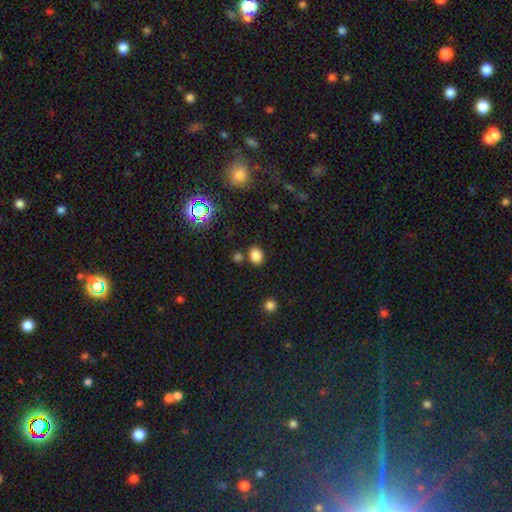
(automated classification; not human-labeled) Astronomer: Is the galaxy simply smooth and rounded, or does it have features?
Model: smooth — 81%.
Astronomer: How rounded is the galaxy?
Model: in between — 52% (runner-up: round, 47%).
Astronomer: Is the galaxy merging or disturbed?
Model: none — 76%.